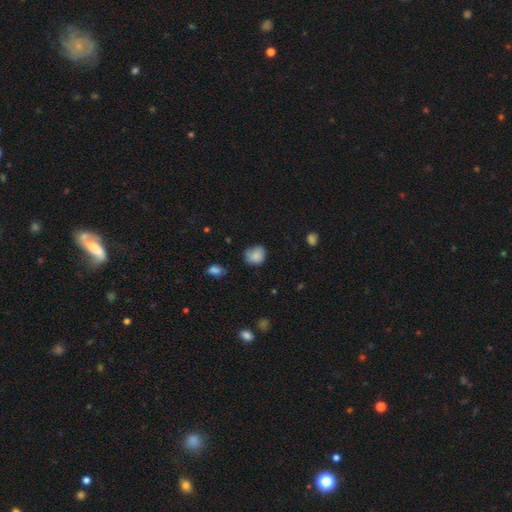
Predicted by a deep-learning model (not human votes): smooth_or_featured: smooth (p=0.84) [alt: star or artifact p=0.09]
how_rounded: round (p=0.73) [alt: in between p=0.26]
merging: none (p=0.59) [alt: minor disturbance p=0.32]